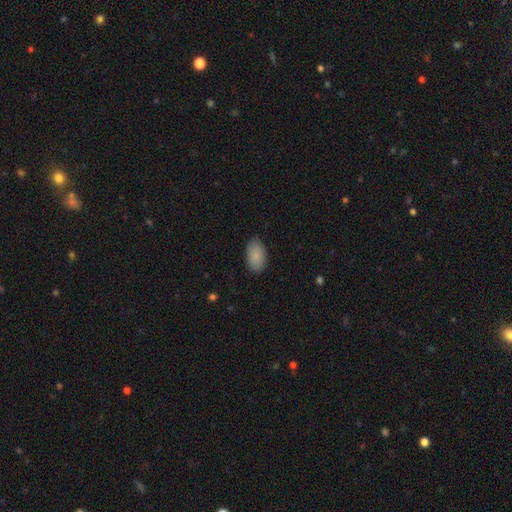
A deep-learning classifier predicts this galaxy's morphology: This is clearly a smooth galaxy (88%). How rounded: clearly in between (94%). Merging: clearly none (85%).